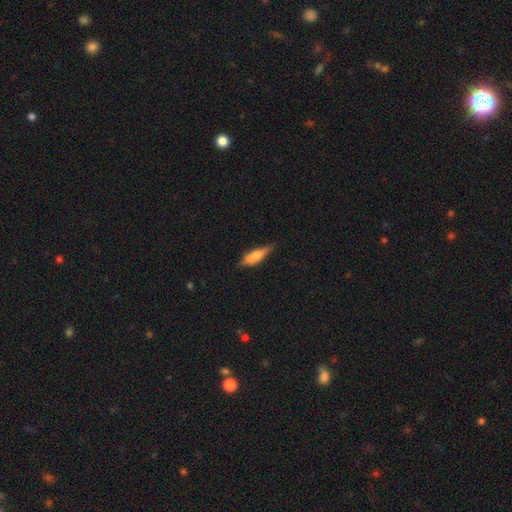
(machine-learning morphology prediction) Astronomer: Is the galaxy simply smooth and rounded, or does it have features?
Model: smooth — 58% (runner-up: featured or disk, 35%).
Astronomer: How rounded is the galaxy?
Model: cigar-shaped — 55% (runner-up: in between, 42%).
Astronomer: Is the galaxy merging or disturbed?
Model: none — 67%.